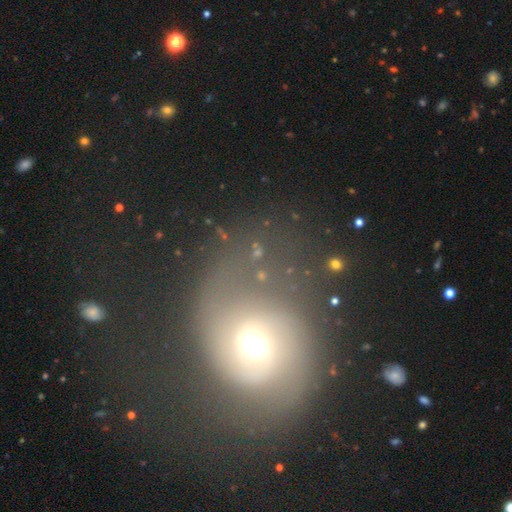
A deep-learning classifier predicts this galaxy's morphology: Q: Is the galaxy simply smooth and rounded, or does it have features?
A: featured or disk — 56%.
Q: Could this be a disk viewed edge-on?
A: no — 96%.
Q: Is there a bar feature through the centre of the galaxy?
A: no — 63%.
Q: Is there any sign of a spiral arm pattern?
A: yes — 76%.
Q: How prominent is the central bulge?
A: moderate — 63%.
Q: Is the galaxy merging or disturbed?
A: none — 52%.